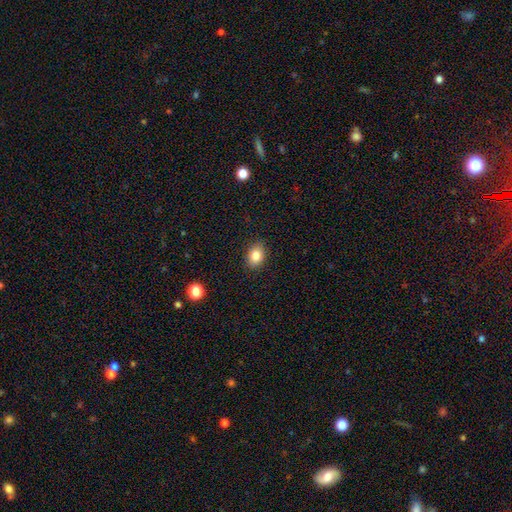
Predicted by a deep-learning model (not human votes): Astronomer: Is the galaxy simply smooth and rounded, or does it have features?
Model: smooth — 84%.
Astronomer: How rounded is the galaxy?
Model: in between — 71%.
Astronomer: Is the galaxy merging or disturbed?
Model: none — 88%.